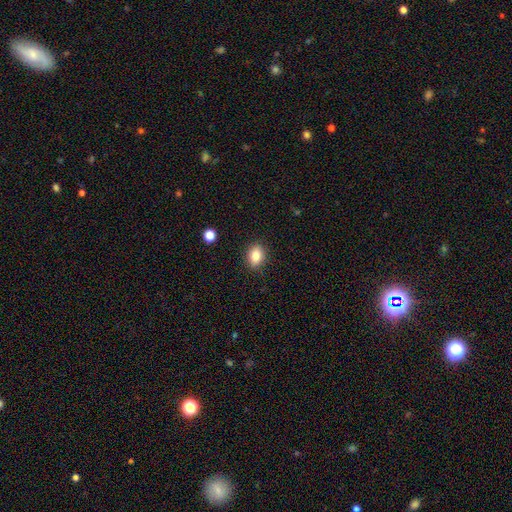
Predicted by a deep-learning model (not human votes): Smooth or featured?
  - smooth: 85% *
  - star or artifact: 9%
  - featured or disk: 6%
How rounded?
  - in between: 74% *
  - round: 25%
  - cigar-shaped: 2%
Merging?
  - none: 88% *
  - minor disturbance: 8%
  - major disturbance: 2%
  - merger: 1%